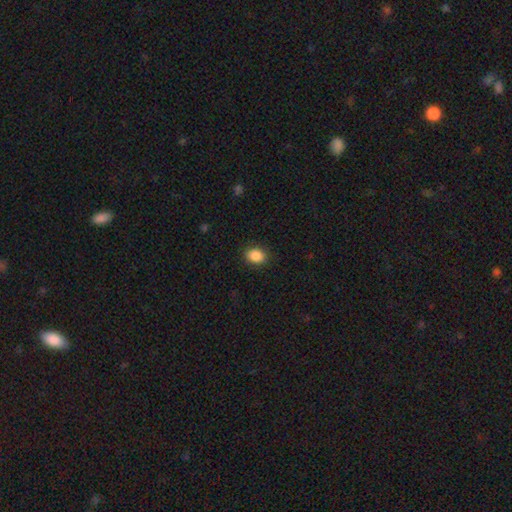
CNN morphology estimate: A smooth galaxy with no disk features (89%) that is in between round and cigar-shaped (63%). Merging: none (88%).